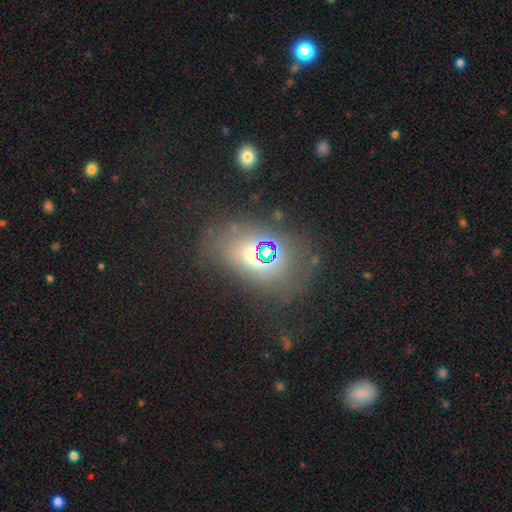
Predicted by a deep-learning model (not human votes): smooth 42%, star or artifact 41%, featured or disk 17%. Down the decision tree: merging — none (68%).